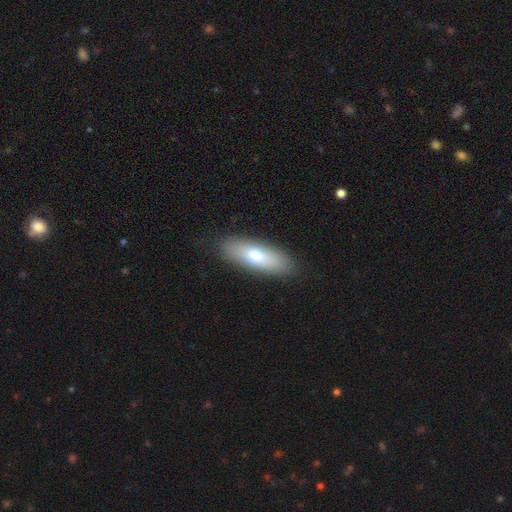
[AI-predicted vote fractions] Smooth or featured: smooth — 72% (featured or disk — 22%)
How rounded: in between — 62% (cigar-shaped — 36%)
Merging: none — 88% (minor disturbance — 9%)